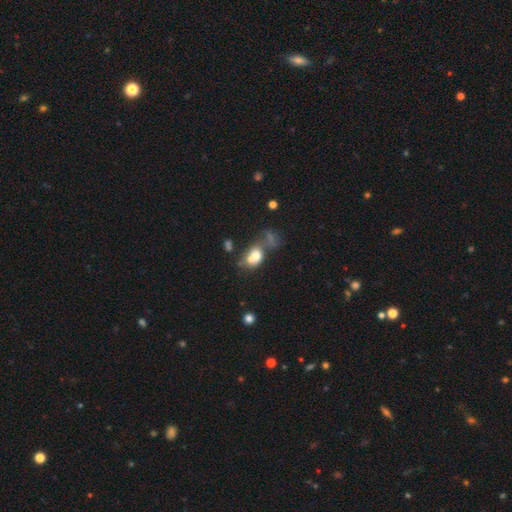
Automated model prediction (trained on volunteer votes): Morphology: type=smooth (65%); roundness=in between (62%); merging=merger (55%).